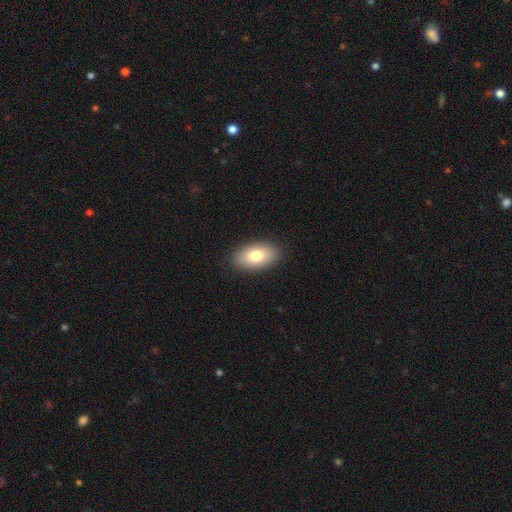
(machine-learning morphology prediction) smooth_or_featured: smooth (p=0.80) [alt: featured or disk p=0.13]
how_rounded: in between (p=0.93) [alt: round p=0.05]
merging: none (p=0.89) [alt: minor disturbance p=0.08]